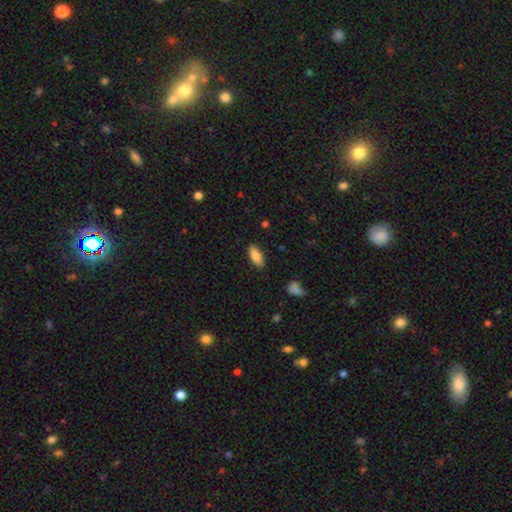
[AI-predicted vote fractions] A smooth galaxy with no disk features (84%) that is in between round and cigar-shaped (81%). Merging: none (87%).